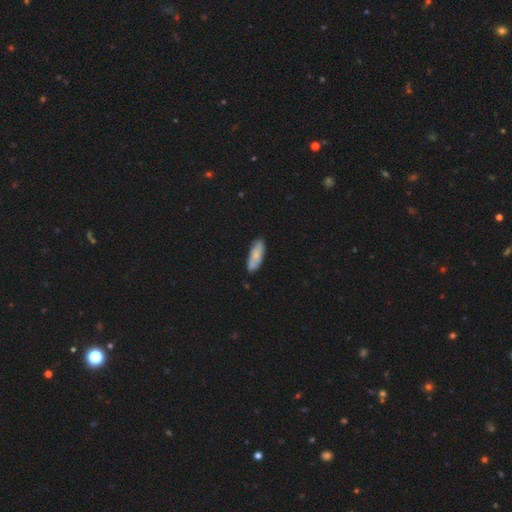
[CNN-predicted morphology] Smooth or featured: smooth — 66% (featured or disk — 28%)
How rounded: in between — 61% (cigar-shaped — 37%)
Merging: none — 74% (minor disturbance — 19%)